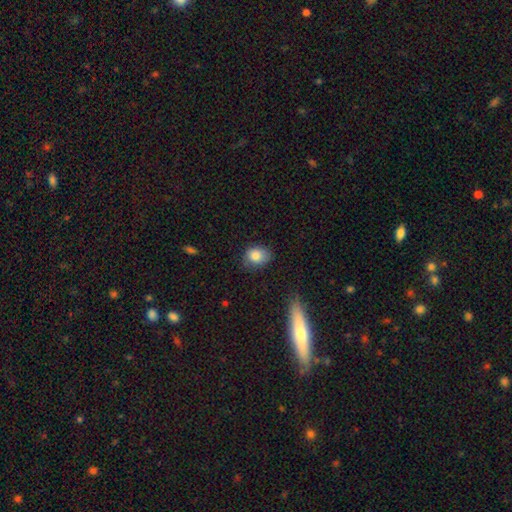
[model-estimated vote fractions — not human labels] Smooth or featured: smooth — 84% (star or artifact — 8%)
How rounded: in between — 54% (round — 45%)
Merging: none — 64% (minor disturbance — 27%)